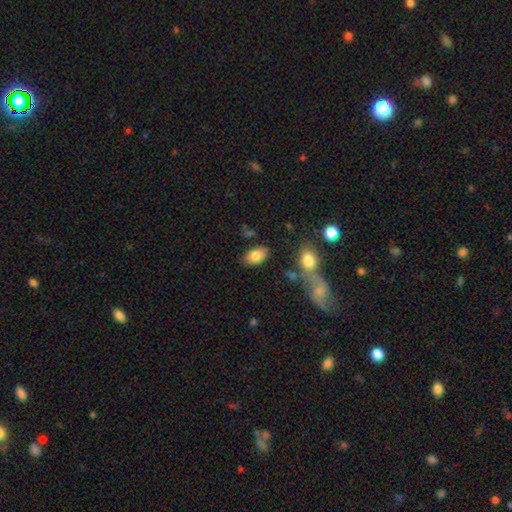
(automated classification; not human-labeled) Q: Smooth or featured?
A: smooth (83%); runner-up: featured or disk (9%)
Q: How rounded?
A: in between (92%); runner-up: round (7%)
Q: Merging?
A: none (81%); runner-up: minor disturbance (11%)